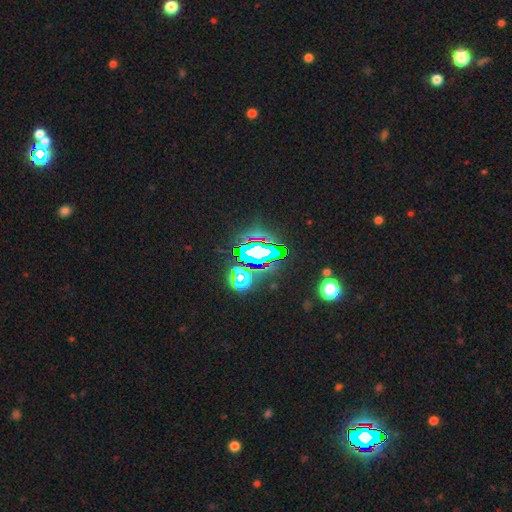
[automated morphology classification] Overall: star or artifact (81%).